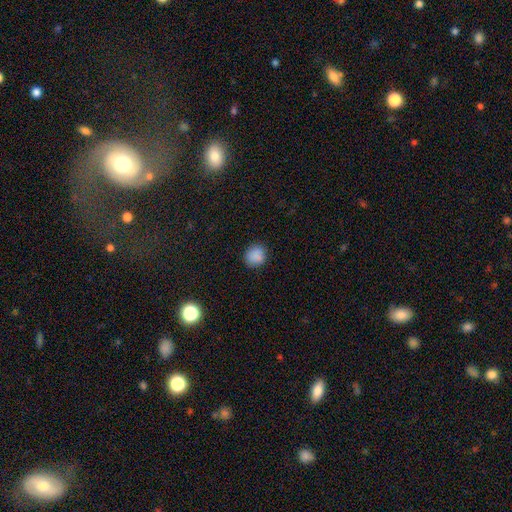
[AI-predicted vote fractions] A smooth galaxy with no disk features (87%) that is round (81%).

Vote fractions:
- Smooth or featured? smooth: 87% / star or artifact: 10% / featured or disk: 3%
- How rounded? round: 81% / in between: 18% / cigar-shaped: 1%
- Merging? none: 86% / minor disturbance: 10% / major disturbance: 2% / merger: 1%